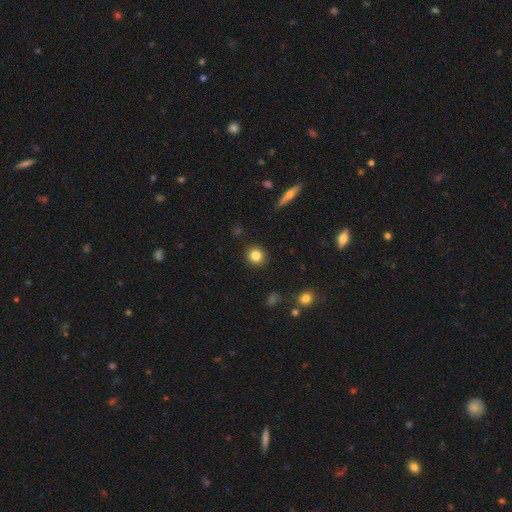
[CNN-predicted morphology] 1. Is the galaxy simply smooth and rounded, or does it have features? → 84% smooth, 10% star or artifact, 6% featured or disk.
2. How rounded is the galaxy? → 89% round, 10% in between, 1% cigar-shaped.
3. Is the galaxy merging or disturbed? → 90% none, 6% minor disturbance, 2% major disturbance, 1% merger.